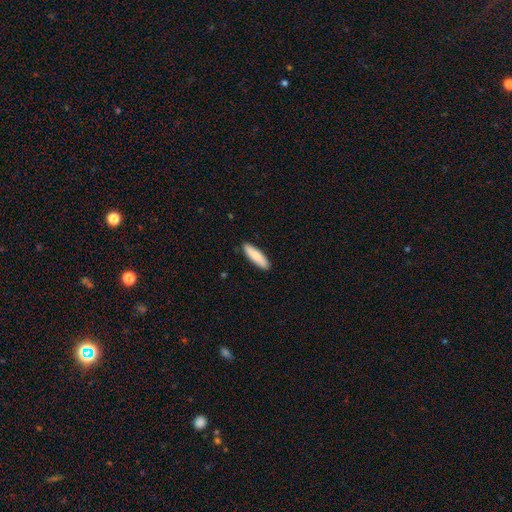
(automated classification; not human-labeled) smooth 83%, featured or disk 12%, star or artifact 5%. Down the decision tree: how rounded — cigar-shaped (67%); merging — none (90%).